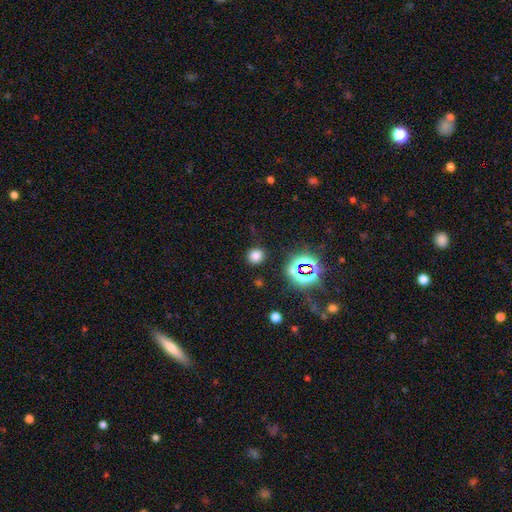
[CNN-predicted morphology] smooth_or_featured: smooth (p=0.72) [alt: star or artifact p=0.23]
how_rounded: round (p=0.79) [alt: in between p=0.20]
merging: none (p=0.85) [alt: minor disturbance p=0.09]